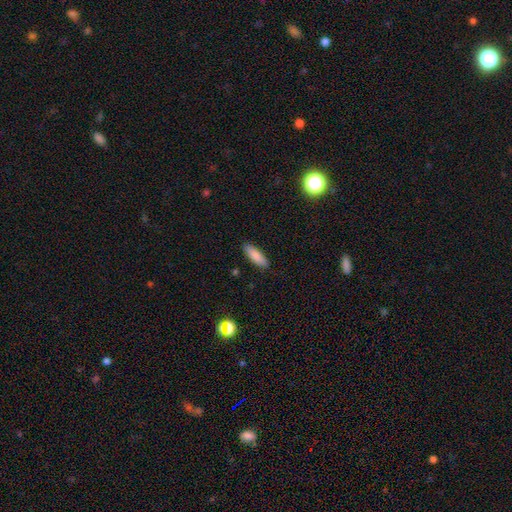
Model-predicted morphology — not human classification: This appears to be a smooth galaxy with no disk features (85%) that is in between round and cigar-shaped (51%). Merging: none (89%).